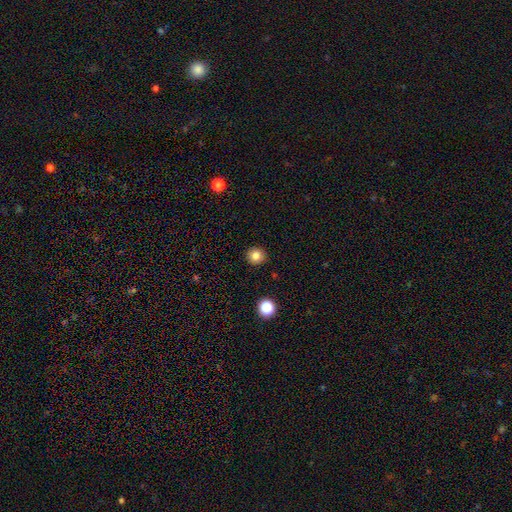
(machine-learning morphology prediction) Overall: smooth (83%). How rounded: round (92%). Merging: none (92%).